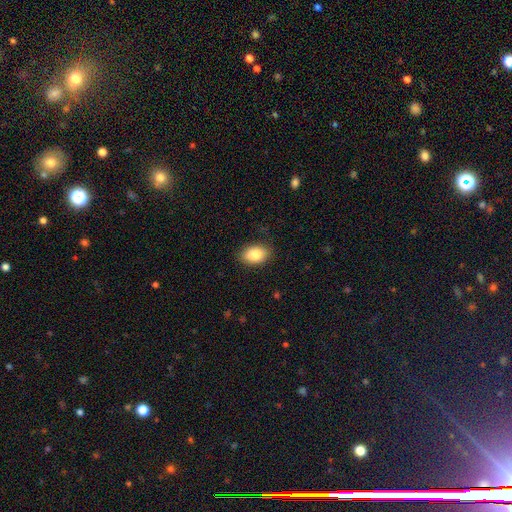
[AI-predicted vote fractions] smooth 85%, featured or disk 8%, star or artifact 7%. Down the decision tree: how rounded — in between (87%); merging — none (87%).